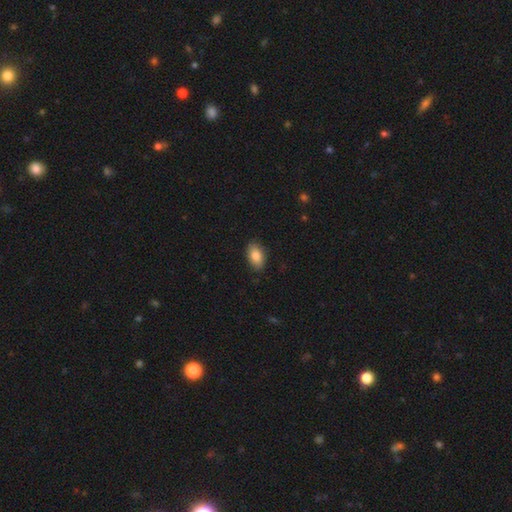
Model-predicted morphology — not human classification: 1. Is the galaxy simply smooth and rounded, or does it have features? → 86% smooth, 7% featured or disk, 7% star or artifact.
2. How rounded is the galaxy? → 92% in between, 6% round, 2% cigar-shaped.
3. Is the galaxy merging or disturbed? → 86% none, 11% minor disturbance, 2% major disturbance, 1% merger.